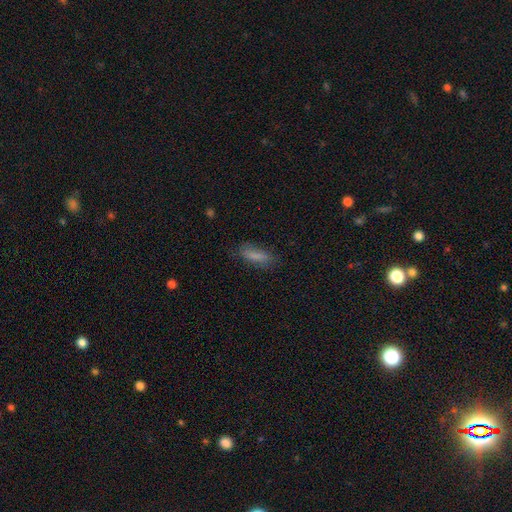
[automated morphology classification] Smooth or featured: smooth — 79% (featured or disk — 12%)
How rounded: in between — 51% (cigar-shaped — 47%)
Merging: none — 74% (minor disturbance — 19%)